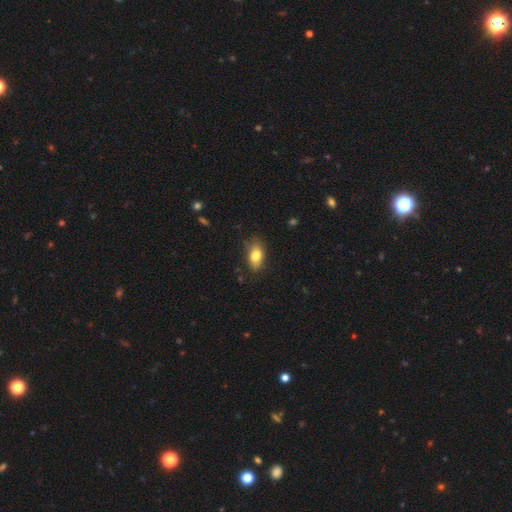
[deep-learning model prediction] smooth 80%, featured or disk 12%, star or artifact 8%. Down the decision tree: how rounded — in between (88%); merging — none (73%).